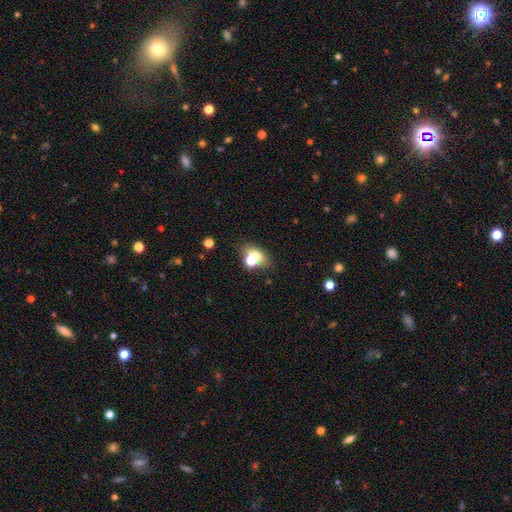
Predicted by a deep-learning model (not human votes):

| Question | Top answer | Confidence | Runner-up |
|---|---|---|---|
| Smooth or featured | smooth | 61% | star or artifact (21%) |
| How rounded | in between | 57% | round (40%) |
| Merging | none | 52% | merger (27%) |